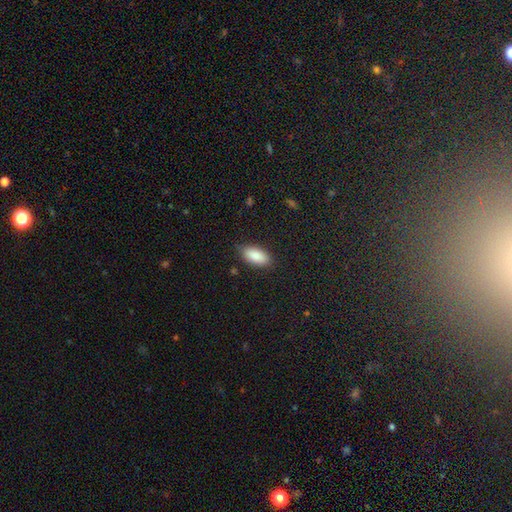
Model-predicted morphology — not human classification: A smooth galaxy with no disk features (87%) that is in between round and cigar-shaped (90%). Merging: none (83%).